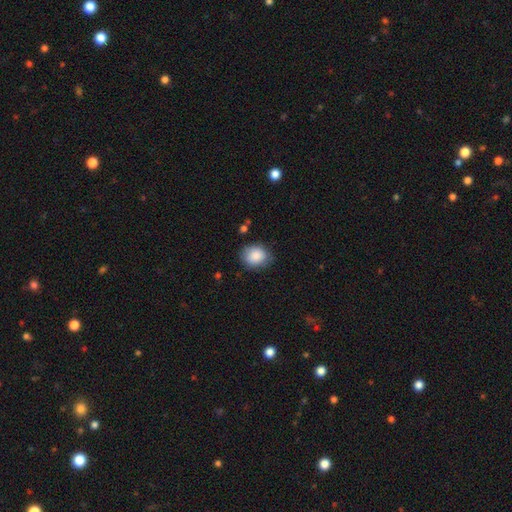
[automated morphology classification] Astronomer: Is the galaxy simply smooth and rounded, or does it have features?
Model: smooth — 87%.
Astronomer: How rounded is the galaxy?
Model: round — 57% (runner-up: in between, 42%).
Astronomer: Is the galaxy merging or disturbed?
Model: none — 78%.